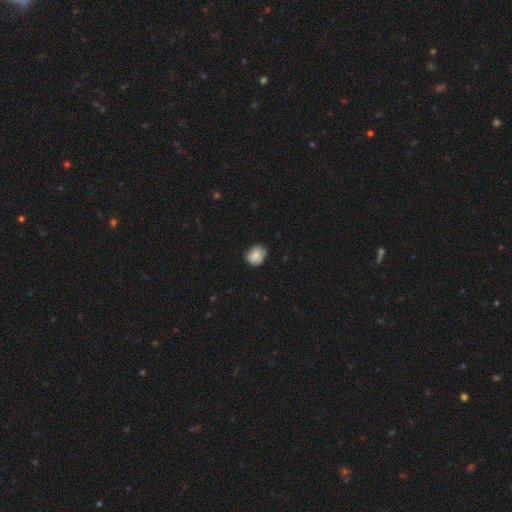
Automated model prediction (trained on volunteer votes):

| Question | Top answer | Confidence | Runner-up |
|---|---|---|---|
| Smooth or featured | smooth | 83% | featured or disk (10%) |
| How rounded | round | 62% | in between (37%) |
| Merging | none | 75% | minor disturbance (20%) |